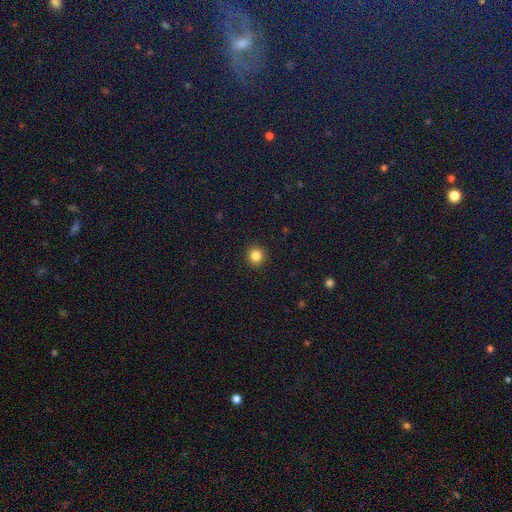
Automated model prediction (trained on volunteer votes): The model was most divided on "smooth or featured": smooth: 83%, star or artifact: 12%, featured or disk: 5%. More confident: merging — none (93%); how rounded — round (93%).